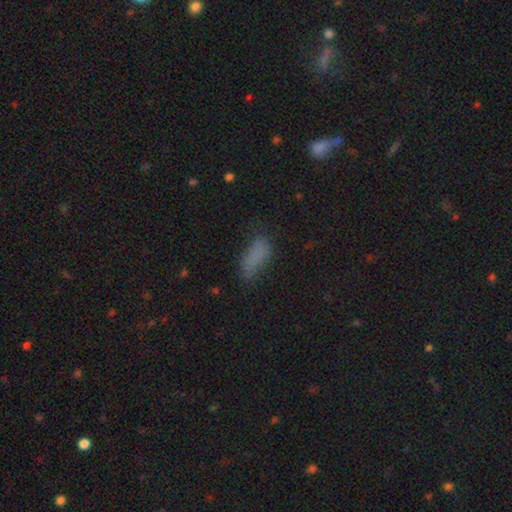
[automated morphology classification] A smooth galaxy with no disk features (77%) that is in between round and cigar-shaped (71%). Merging: none (56%).